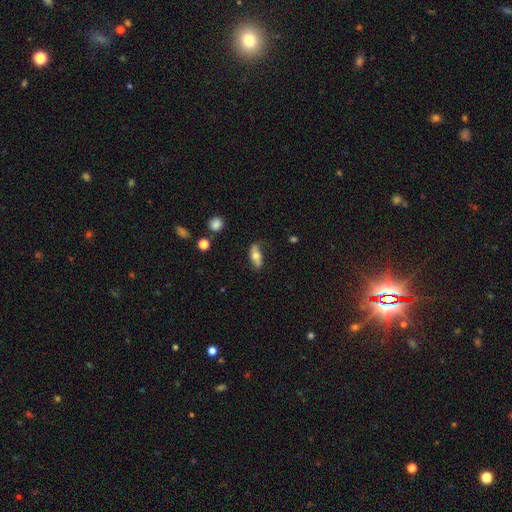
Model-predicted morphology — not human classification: Smooth or featured: smooth — 61% (featured or disk — 32%)
How rounded: in between — 76% (cigar-shaped — 20%)
Merging: none — 73% (minor disturbance — 20%)